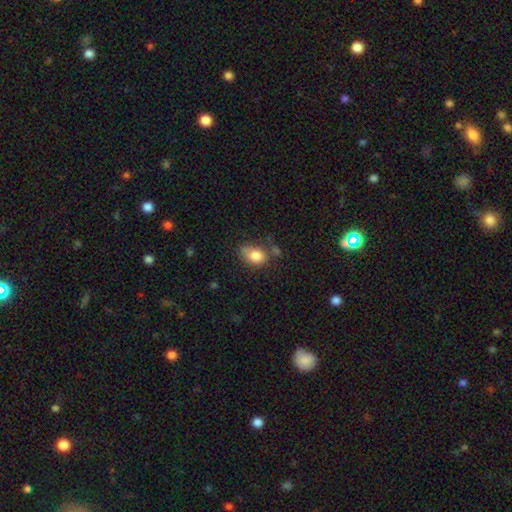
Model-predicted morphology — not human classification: Q: Smooth or featured?
A: smooth (81%); runner-up: featured or disk (10%)
Q: How rounded?
A: in between (75%); runner-up: round (23%)
Q: Merging?
A: none (49%); runner-up: minor disturbance (30%)